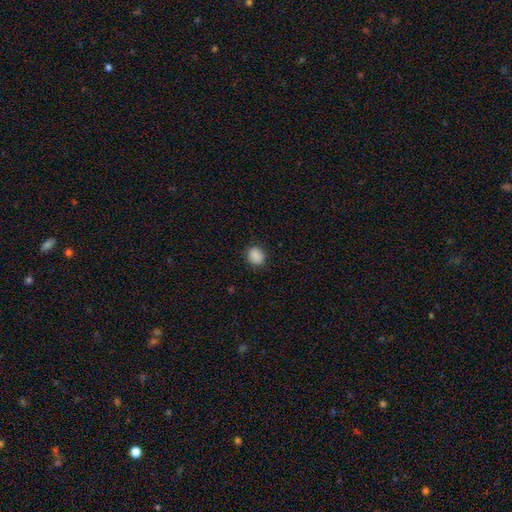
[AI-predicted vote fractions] This is clearly a smooth galaxy (88%). How rounded: likely round (68%). Merging: clearly none (87%).